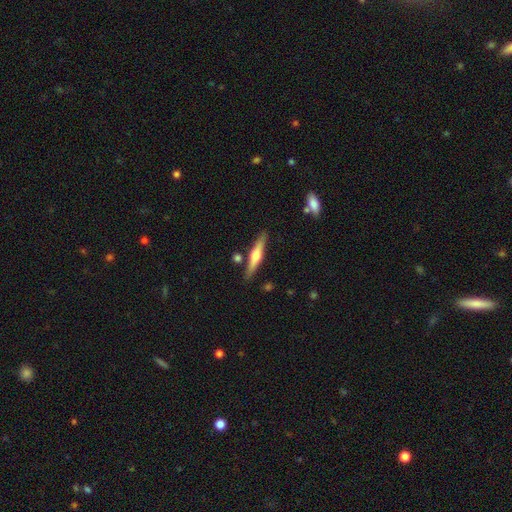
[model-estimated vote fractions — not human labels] Morphology: type=featured or disk (58%); edge-on=yes (96%); edge-on bulge=rounded (90%); merging=none (84%).